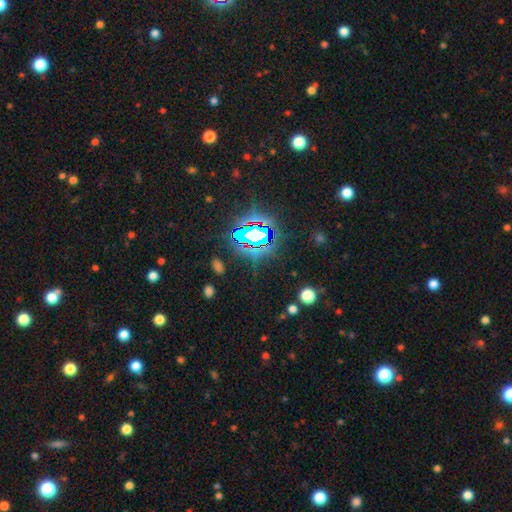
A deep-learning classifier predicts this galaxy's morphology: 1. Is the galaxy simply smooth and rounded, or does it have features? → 83% star or artifact, 10% smooth, 7% featured or disk.